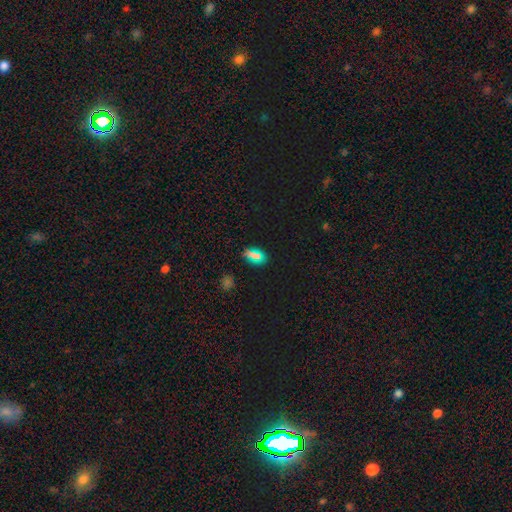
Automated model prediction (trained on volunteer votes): A smooth galaxy with no disk features (56%) that is in between round and cigar-shaped (69%).

Vote fractions:
- Smooth or featured? smooth: 56% / star or artifact: 36% / featured or disk: 8%
- How rounded? in between: 69% / round: 24% / cigar-shaped: 7%
- Merging? none: 85% / minor disturbance: 10% / major disturbance: 3% / merger: 2%